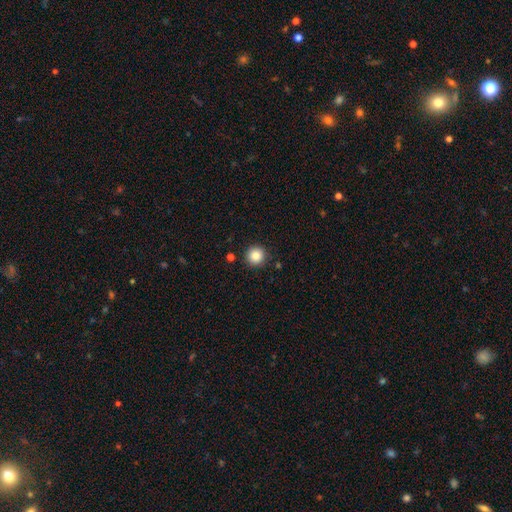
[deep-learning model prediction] Morphology: type=smooth (86%); roundness=round (95%); merging=none (90%).